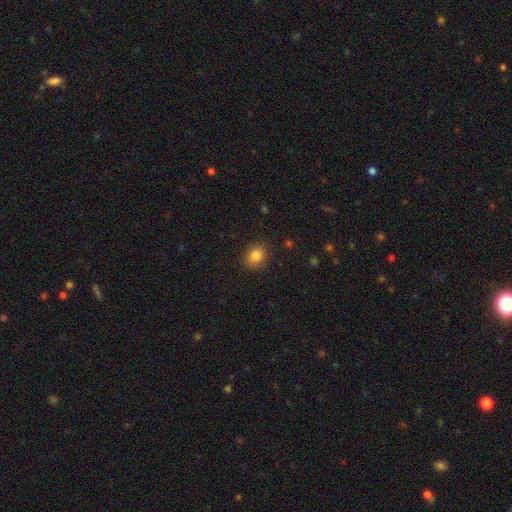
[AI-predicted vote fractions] Overall: smooth (83%). How rounded: round (65%; in between 34%). Merging: none (88%).